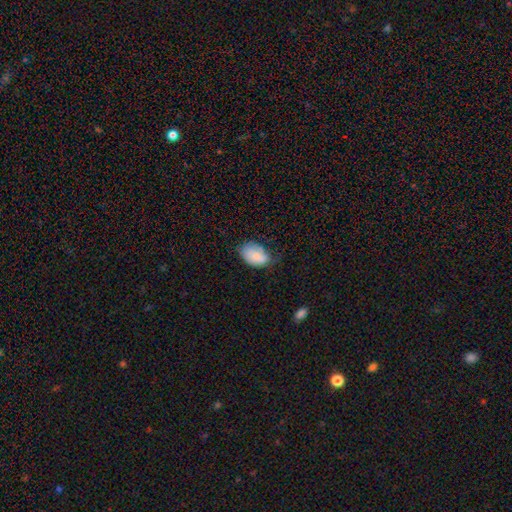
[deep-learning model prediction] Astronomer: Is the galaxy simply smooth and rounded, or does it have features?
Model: smooth — 83%.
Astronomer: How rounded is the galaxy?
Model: in between — 85%.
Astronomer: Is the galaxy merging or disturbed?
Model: none — 42% (runner-up: minor disturbance, 41%).